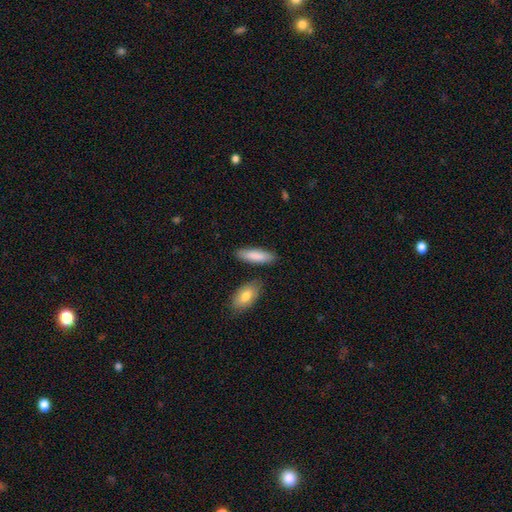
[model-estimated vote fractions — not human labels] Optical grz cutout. It shows a smooth galaxy with no disk features (85%) that is cigar-shaped (52%). Merging: none (82%).